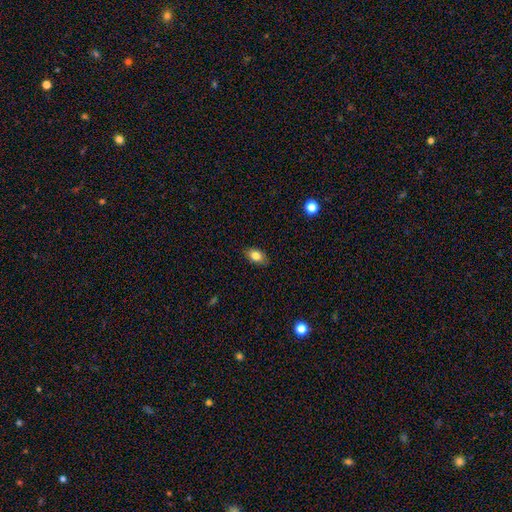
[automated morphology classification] Smooth or featured? smooth (82%)
How rounded? in between (86%)
Merging? none (85%)